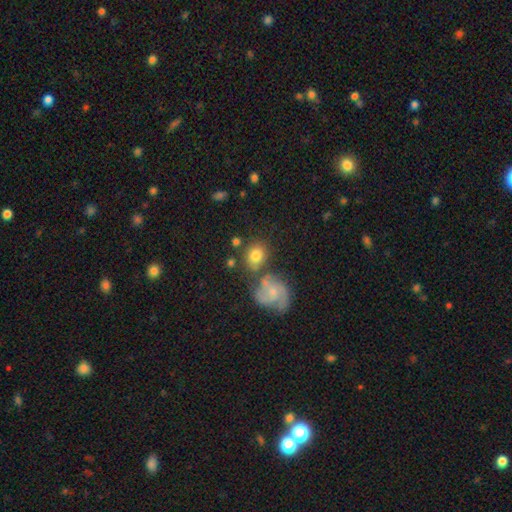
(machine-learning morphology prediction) Q: Smooth or featured?
A: smooth (72%); runner-up: featured or disk (20%)
Q: How rounded?
A: round (64%); runner-up: in between (35%)
Q: Merging?
A: none (61%); runner-up: merger (18%)